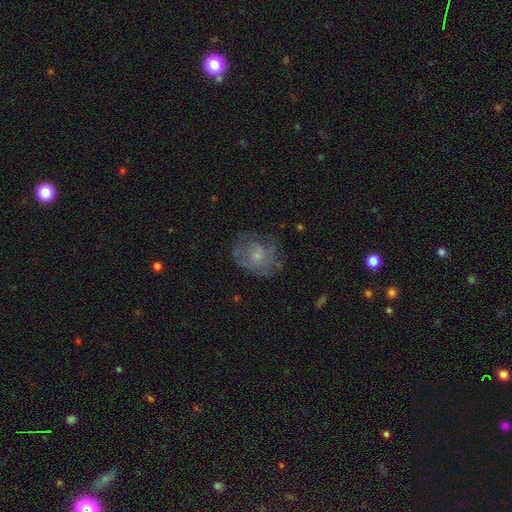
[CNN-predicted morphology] featured or disk 50%, smooth 40%, star or artifact 11%. Down the decision tree: merging — none (58%).